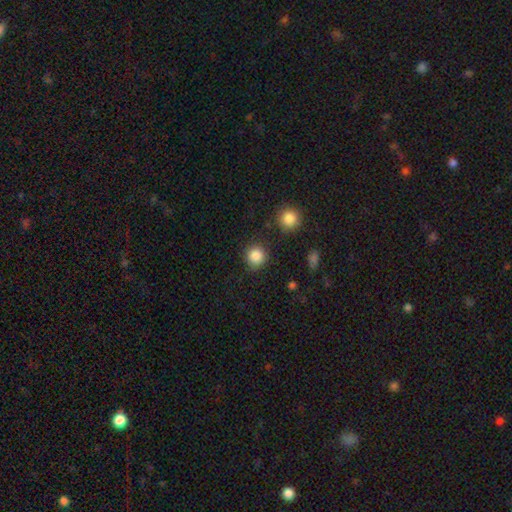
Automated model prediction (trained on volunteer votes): This appears to be a smooth galaxy with no disk features (86%) that is round (92%). Merging: none (86%).